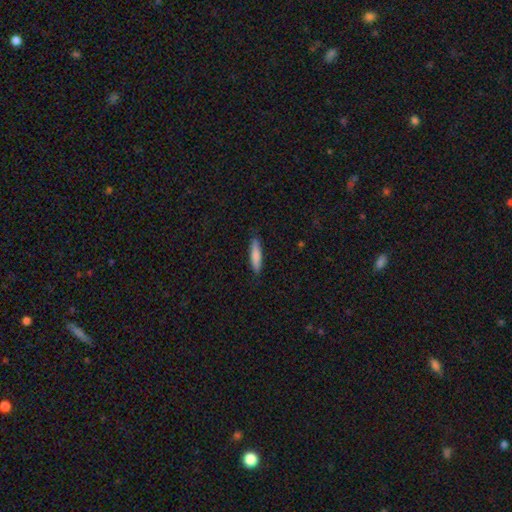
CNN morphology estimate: A smooth galaxy with no disk features (81%) that is cigar-shaped (83%). Merging: none (88%).